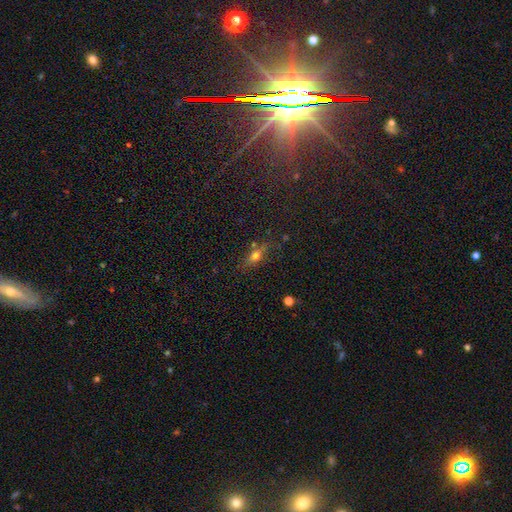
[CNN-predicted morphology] smooth-or-featured: smooth: 64% | featured or disk: 20% | star or artifact: 16%
  how-rounded: in between: 65% | cigar-shaped: 19% | round: 15%
  merging: none: 68% | minor disturbance: 18% | merger: 8% | major disturbance: 6%